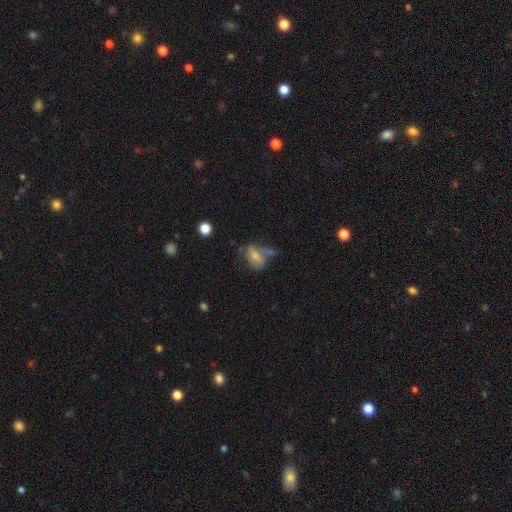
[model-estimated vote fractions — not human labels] Overall: smooth (60%; featured or disk 30%). How rounded: in between (81%). Merging: none (33%; minor disturbance 24%).